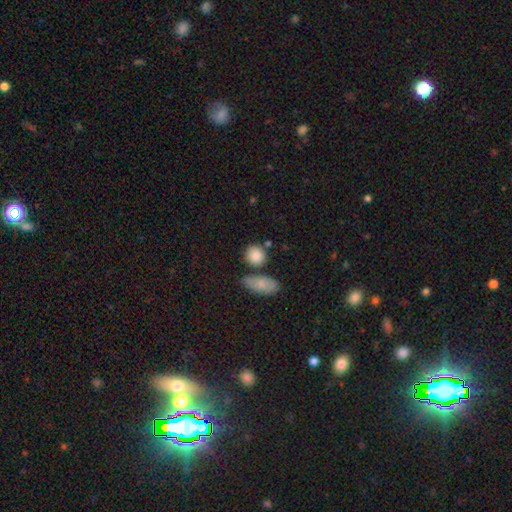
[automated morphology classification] Q: Smooth or featured?
A: smooth (86%); runner-up: star or artifact (8%)
Q: How rounded?
A: round (79%); runner-up: in between (18%)
Q: Merging?
A: none (68%); runner-up: merger (14%)